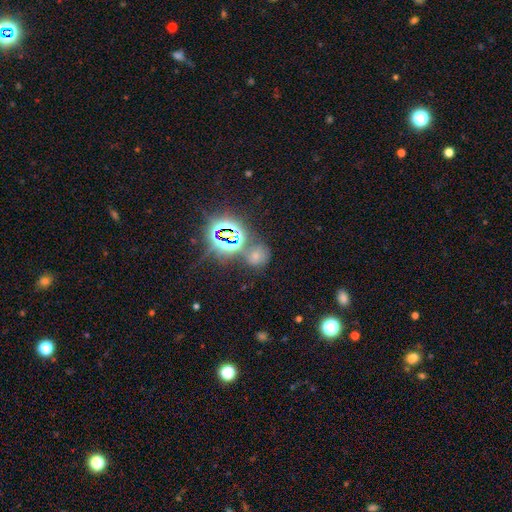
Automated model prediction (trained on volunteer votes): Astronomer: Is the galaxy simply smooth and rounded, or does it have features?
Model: star or artifact — 47% (runner-up: smooth, 42%).